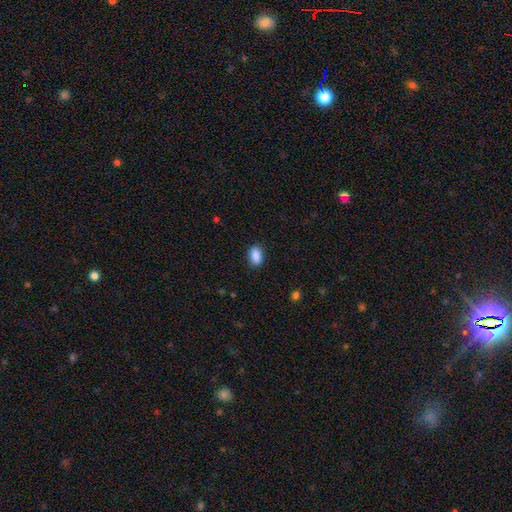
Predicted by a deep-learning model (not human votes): smooth_or_featured: smooth (p=0.89) [alt: star or artifact p=0.08]
how_rounded: in between (p=0.88) [alt: round p=0.10]
merging: none (p=0.86) [alt: minor disturbance p=0.10]